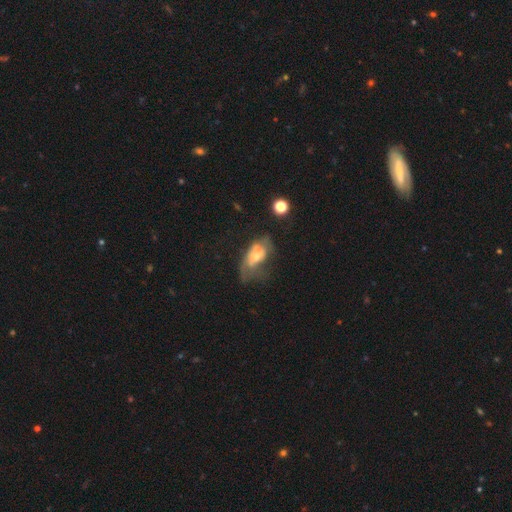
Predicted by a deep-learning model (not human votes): The model was most divided on "merging": major disturbance: 40%, none: 29%, minor disturbance: 26%, merger: 5%. More confident: edge-on disk — no (92%); smooth or featured — featured or disk (52%).